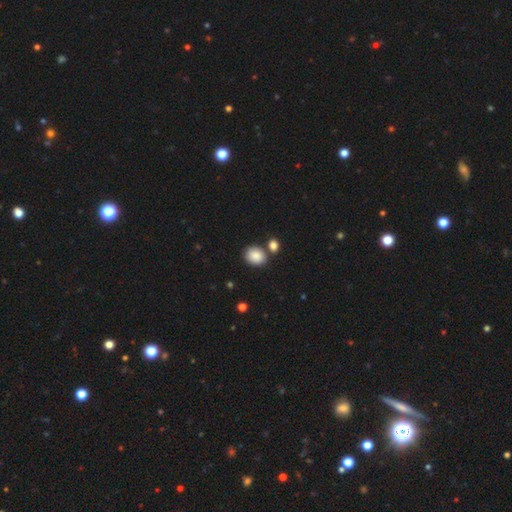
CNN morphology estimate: Overall: smooth (88%). How rounded: round (56%; in between 43%). Merging: none (68%).